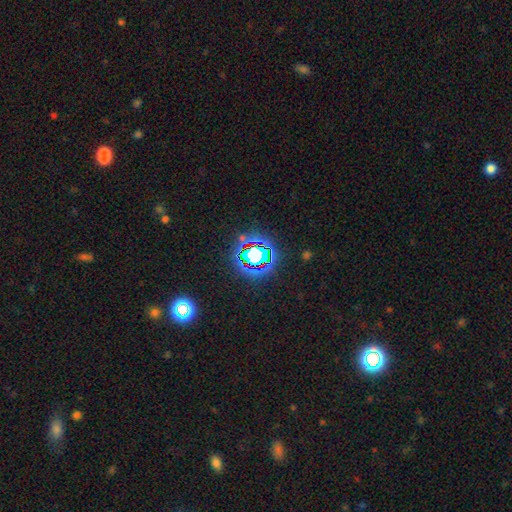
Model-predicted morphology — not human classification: type=star or artifact (68%).